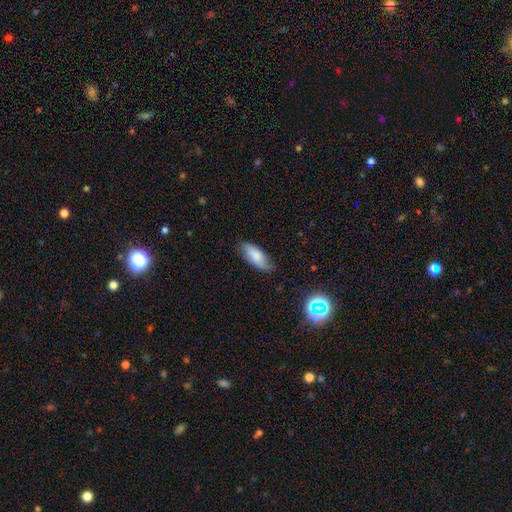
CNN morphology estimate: The model was most divided on "merging": none: 75%, minor disturbance: 20%, major disturbance: 3%, merger: 1%. More confident: how rounded — in between (84%); smooth or featured — smooth (75%).